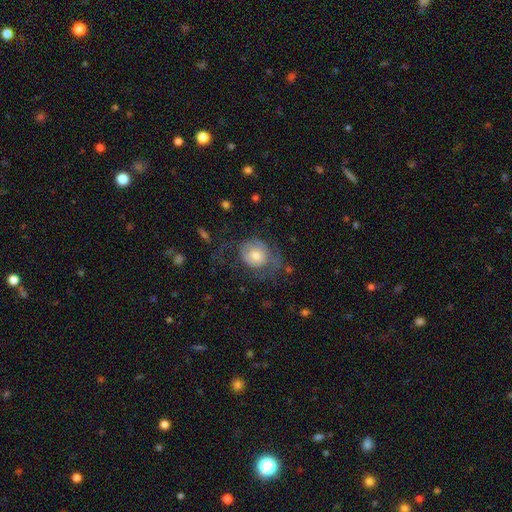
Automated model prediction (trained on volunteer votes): Q: Smooth or featured?
A: smooth (49%); runner-up: featured or disk (42%)
Q: Merging?
A: none (42%); runner-up: major disturbance (34%)